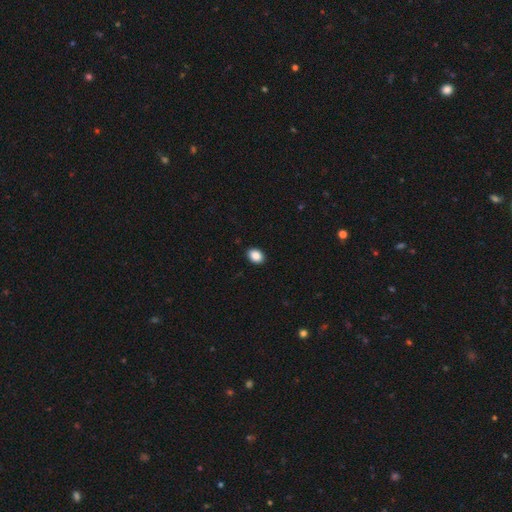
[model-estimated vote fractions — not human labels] Morphology: type=smooth (89%); roundness=in between (69%); merging=none (91%).